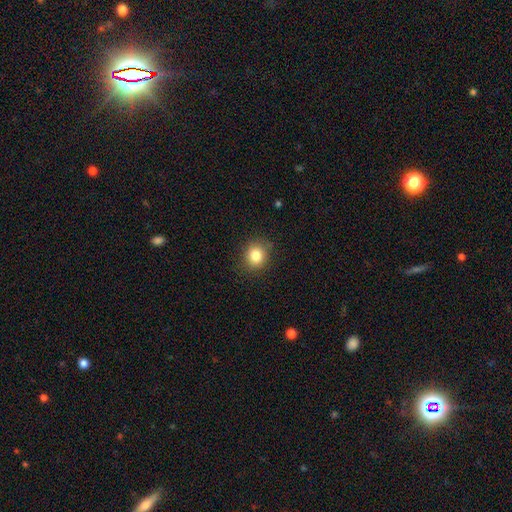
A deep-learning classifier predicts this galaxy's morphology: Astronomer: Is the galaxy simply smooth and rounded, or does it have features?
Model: smooth — 83%.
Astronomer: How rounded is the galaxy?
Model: round — 75%.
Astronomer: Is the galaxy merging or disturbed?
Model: none — 85%.